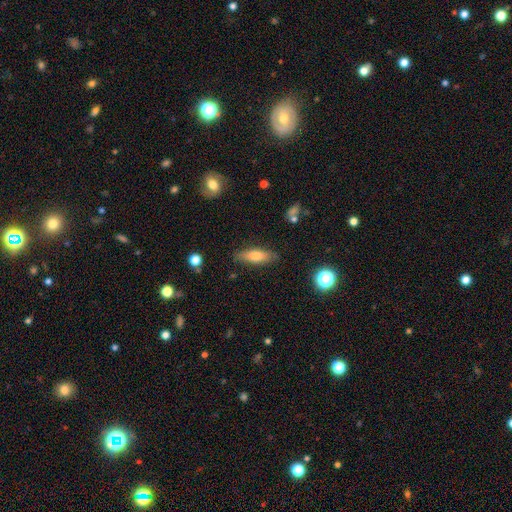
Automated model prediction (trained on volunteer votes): A smooth galaxy with no disk features (68%) that is in between round and cigar-shaped (52%). Merging: none (83%).